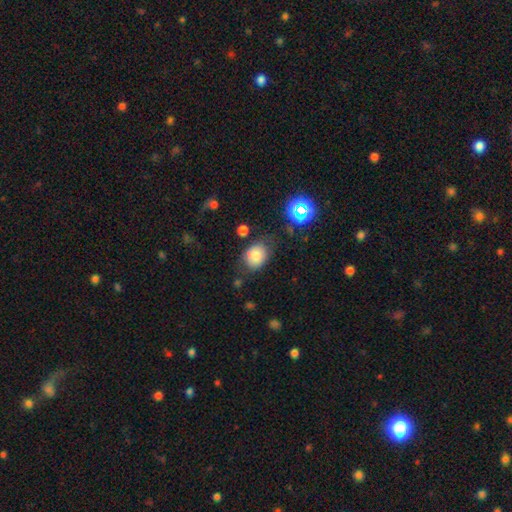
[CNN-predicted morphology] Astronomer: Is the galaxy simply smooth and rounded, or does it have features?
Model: smooth — 76%.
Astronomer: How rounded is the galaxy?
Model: in between — 57% (runner-up: round, 42%).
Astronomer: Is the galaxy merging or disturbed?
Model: none — 66%.